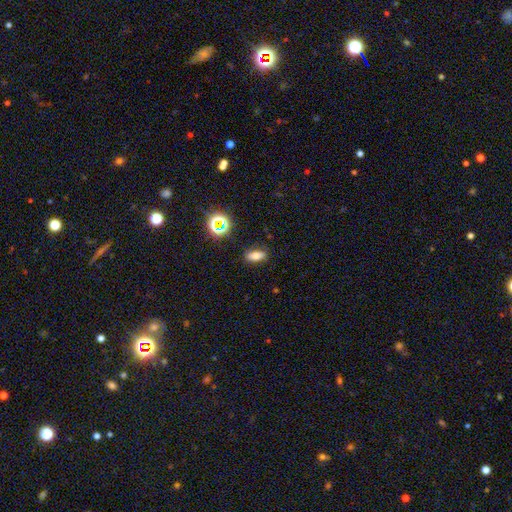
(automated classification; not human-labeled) smooth 72%, star or artifact 15%, featured or disk 13%. Down the decision tree: how rounded — in between (78%); merging — none (84%).